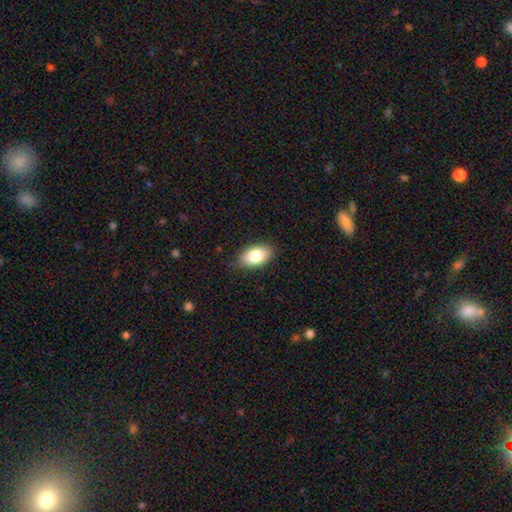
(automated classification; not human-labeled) The model was most divided on "smooth or featured": smooth: 81%, featured or disk: 12%, star or artifact: 7%. More confident: how rounded — in between (92%); merging — none (85%).